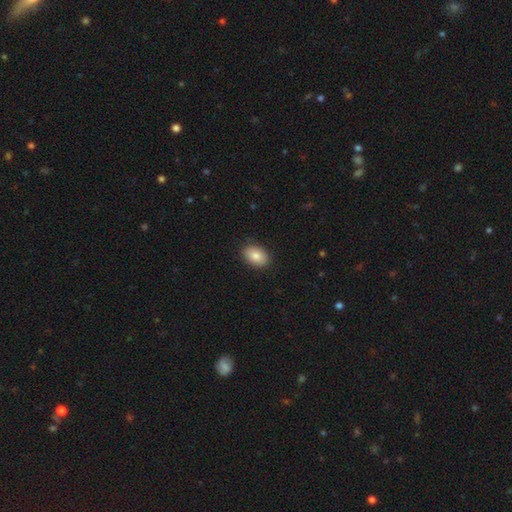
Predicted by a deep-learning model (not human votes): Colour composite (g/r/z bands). It shows a smooth galaxy with no disk features (84%) that is in between round and cigar-shaped (85%). Merging: none (88%).